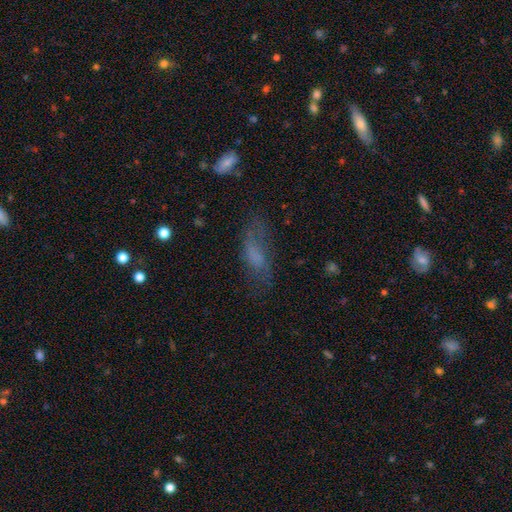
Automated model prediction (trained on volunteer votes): This is possibly a smooth galaxy (54%). How rounded: likely in between (70%). Merging: possibly none (50%).